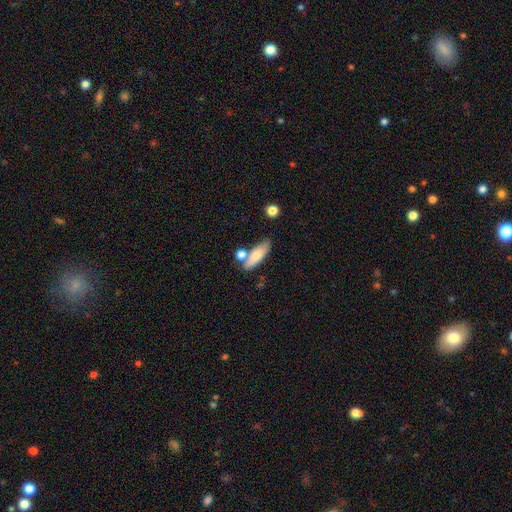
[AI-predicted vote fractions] smooth 72%, featured or disk 21%, star or artifact 7%. Down the decision tree: how rounded — in between (54%); merging — none (60%).